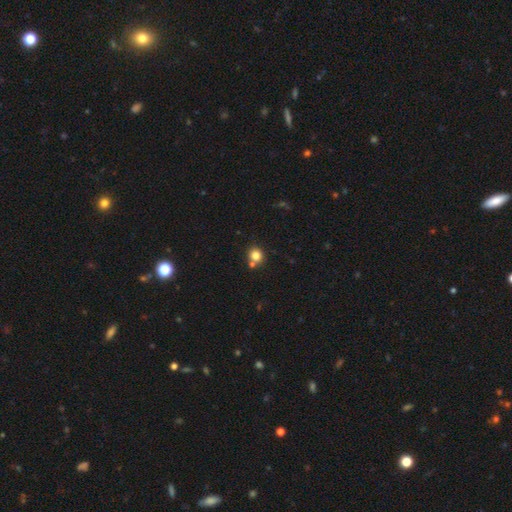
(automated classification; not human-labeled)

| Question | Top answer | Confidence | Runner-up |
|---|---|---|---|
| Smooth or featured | smooth | 81% | star or artifact (12%) |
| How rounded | round | 88% | in between (11%) |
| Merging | none | 67% | merger (21%) |